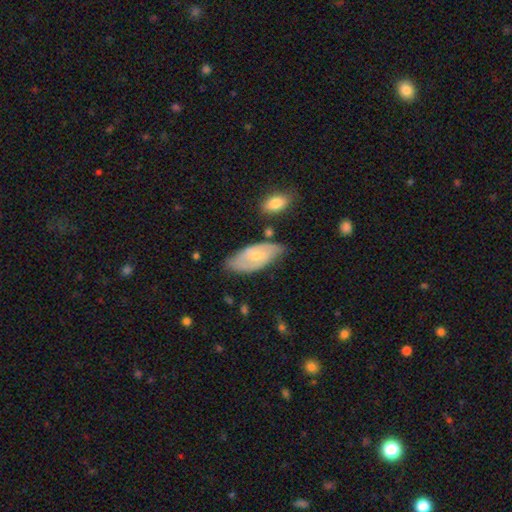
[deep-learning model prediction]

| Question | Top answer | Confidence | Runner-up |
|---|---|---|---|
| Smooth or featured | featured or disk | 58% | smooth (35%) |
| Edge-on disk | no | 90% | yes (10%) |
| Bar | no | 51% | weak (40%) |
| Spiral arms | yes | 78% | no (22%) |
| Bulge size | small | 63% | moderate (32%) |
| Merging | none | 65% | minor disturbance (25%) |